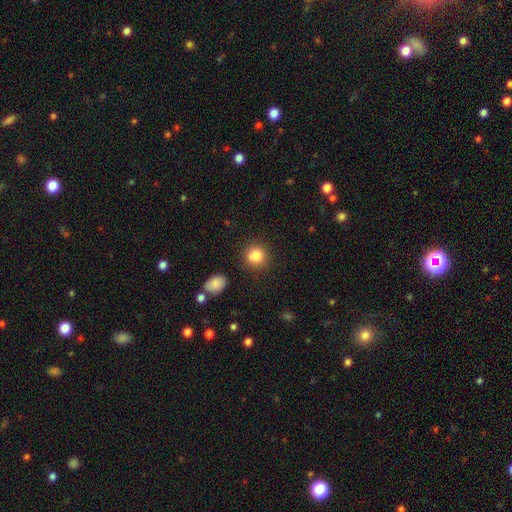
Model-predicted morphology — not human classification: A smooth galaxy with no disk features (85%) that is round (89%). Merging: none (86%).